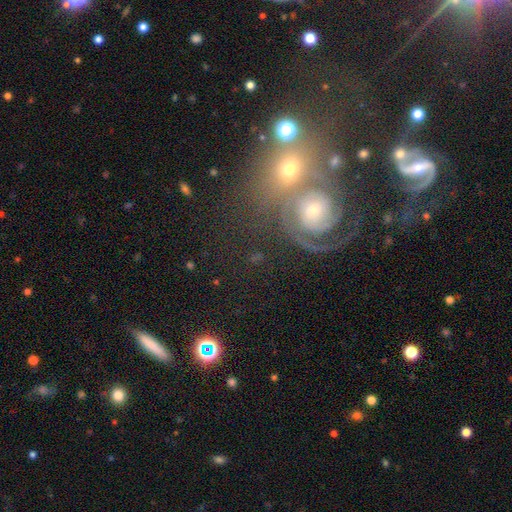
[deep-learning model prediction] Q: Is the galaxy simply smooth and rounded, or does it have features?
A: featured or disk — 67%.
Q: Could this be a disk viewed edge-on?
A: no — 95%.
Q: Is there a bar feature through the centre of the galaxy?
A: no — 67%.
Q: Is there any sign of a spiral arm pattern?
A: yes — 91%.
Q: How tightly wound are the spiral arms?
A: tight — 60%.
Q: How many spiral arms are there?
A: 2 — 57%.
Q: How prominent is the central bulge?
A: small — 49%.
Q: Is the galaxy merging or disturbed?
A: none — 50%.